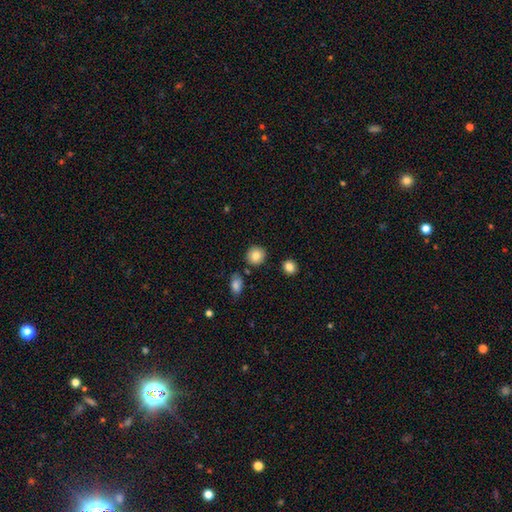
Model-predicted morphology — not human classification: A smooth galaxy with no disk features (84%) that is round (90%).

Vote fractions:
- Smooth or featured? smooth: 84% / star or artifact: 9% / featured or disk: 7%
- How rounded? round: 90% / in between: 9% / cigar-shaped: 1%
- Merging? none: 87% / minor disturbance: 8% / merger: 3% / major disturbance: 2%